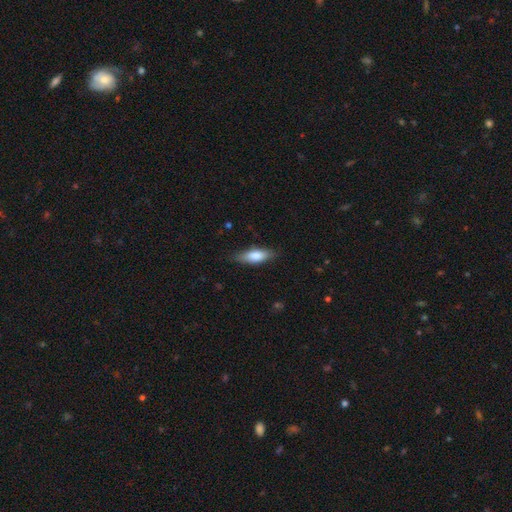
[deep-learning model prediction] Overall: smooth (76%). How rounded: in between (65%; cigar-shaped 33%). Merging: none (79%).